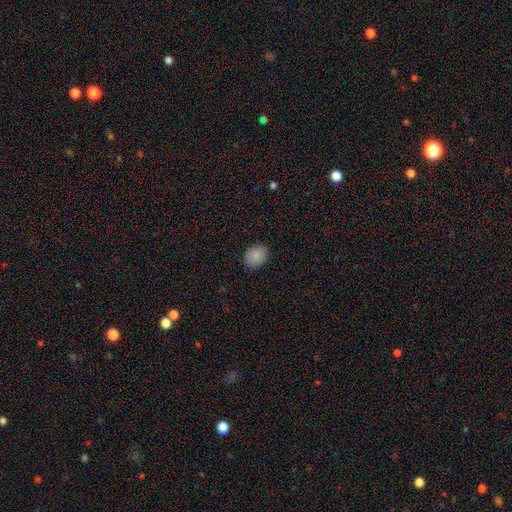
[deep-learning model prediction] smooth_or_featured: smooth (p=0.88) [alt: star or artifact p=0.08]
how_rounded: in between (p=0.52) [alt: round p=0.47]
merging: none (p=0.89) [alt: minor disturbance p=0.08]